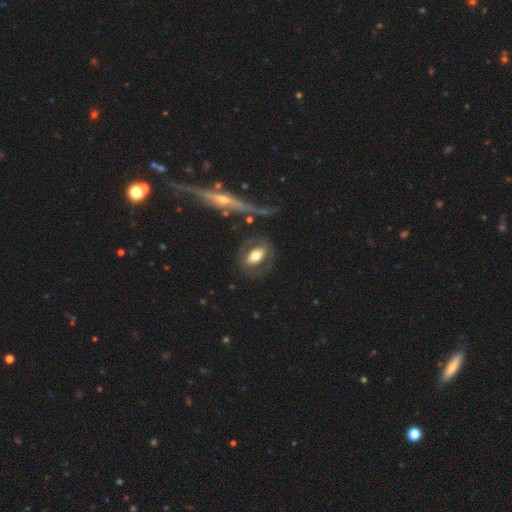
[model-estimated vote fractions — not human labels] The model was most divided on "smooth or featured": smooth: 47%, featured or disk: 46%, star or artifact: 6%. More confident: merging — none (69%).